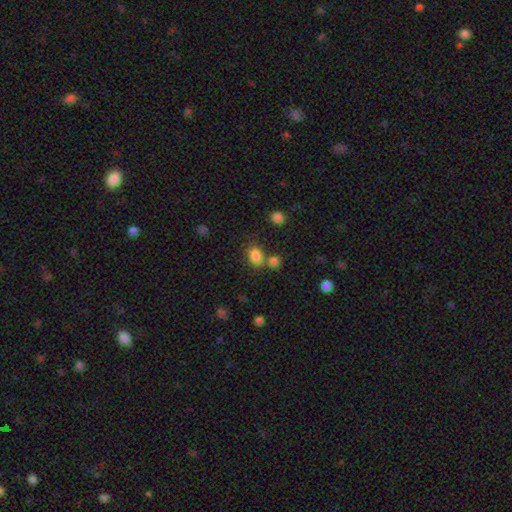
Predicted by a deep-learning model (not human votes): Overall: smooth (83%). How rounded: in between (67%; round 32%). Merging: none (60%; merger 23%).